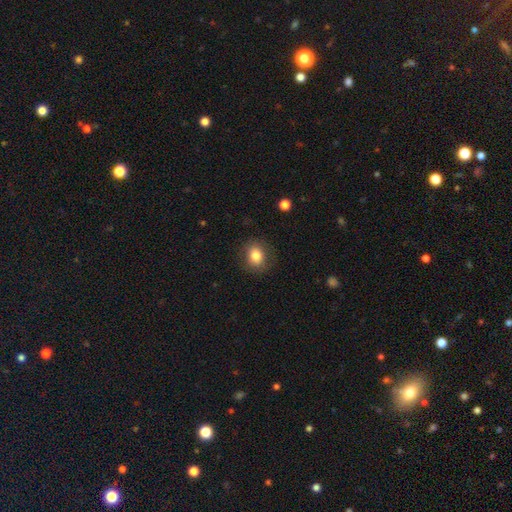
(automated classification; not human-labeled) Smooth or featured? smooth (81%)
How rounded? round (66%)
Merging? none (84%)